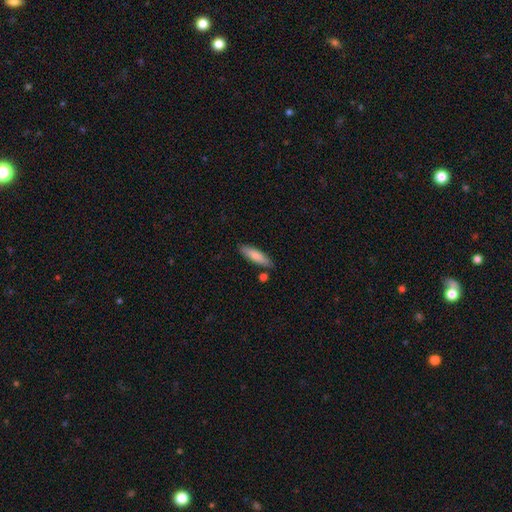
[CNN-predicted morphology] Smooth or featured?
  - smooth: 79% *
  - featured or disk: 15%
  - star or artifact: 6%
How rounded?
  - cigar-shaped: 63% *
  - in between: 36%
  - round: 2%
Merging?
  - none: 81% *
  - minor disturbance: 12%
  - merger: 5%
  - major disturbance: 2%